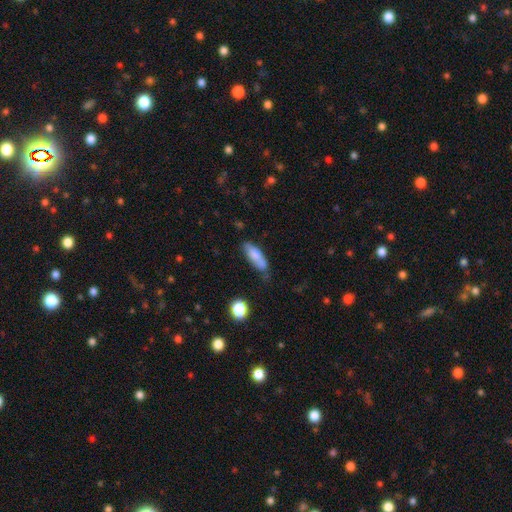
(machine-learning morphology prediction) This appears to be a smooth galaxy with no disk features (76%) that is in between round and cigar-shaped (56%). Merging: none (56%).